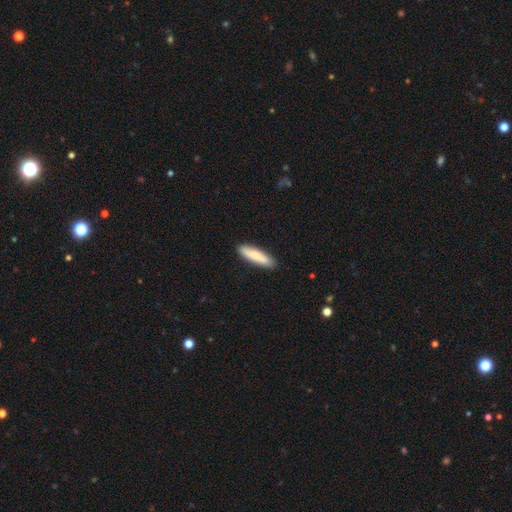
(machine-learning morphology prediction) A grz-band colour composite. It shows a smooth galaxy with no disk features (83%) that is cigar-shaped (78%). Merging: none (89%).